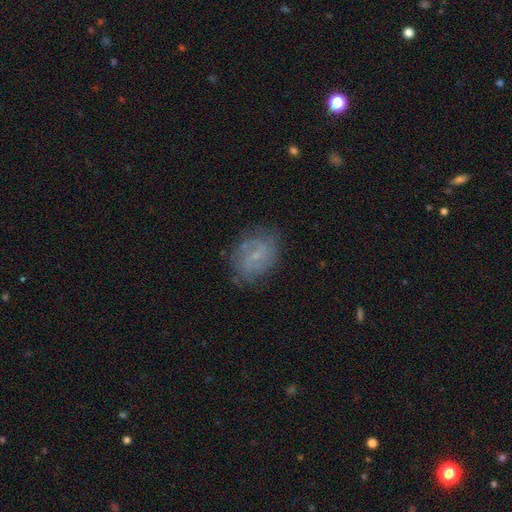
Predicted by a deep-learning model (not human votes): Smooth or featured?
  - featured or disk: 67% *
  - smooth: 24%
  - star or artifact: 9%
Edge-on disk?
  - no: 97% *
  - yes: 3%
Bar?
  - weak: 53% *
  - no: 36%
  - strong: 11%
Spiral arms?
  - yes: 86% *
  - no: 14%
Spiral winding?
  - medium: 42% *
  - tight: 34%
  - loose: 23%
Spiral arm count?
  - 2: 57% *
  - can't tell: 27%
  - 3: 7%
  - 1: 4%
  - 4: 3%
  - more than 4: 3%
Bulge size?
  - small: 68% *
  - none: 15%
  - moderate: 15%
  - large: 1%
  - dominant: 1%
Merging?
  - none: 73% *
  - minor disturbance: 18%
  - major disturbance: 7%
  - merger: 1%